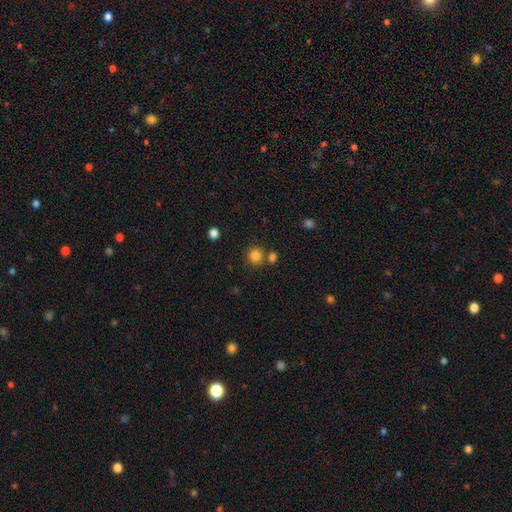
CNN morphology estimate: Smooth or featured? smooth (83%)
How rounded? round (86%)
Merging? none (72%)